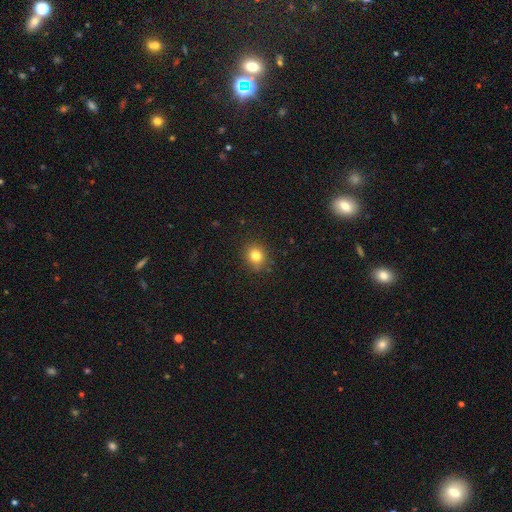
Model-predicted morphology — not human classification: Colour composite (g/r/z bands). It shows a smooth galaxy with no disk features (81%) that is round (78%). Merging: none (87%).